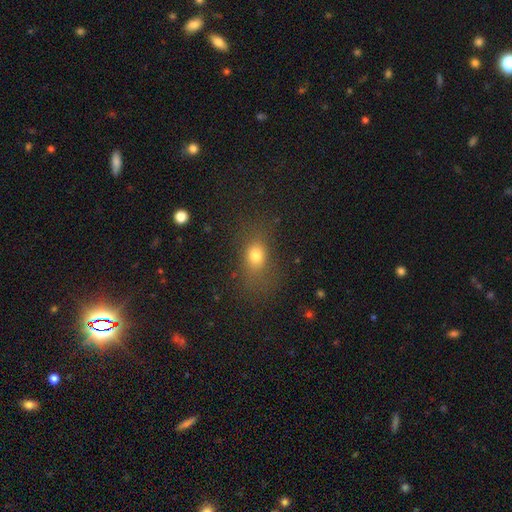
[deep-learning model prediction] smooth_or_featured: smooth (p=0.72) [alt: star or artifact p=0.16]
how_rounded: in between (p=0.61) [alt: round p=0.35]
merging: none (p=0.69) [alt: minor disturbance p=0.17]